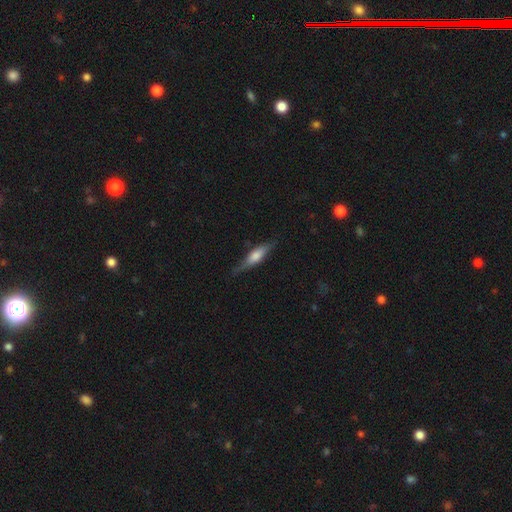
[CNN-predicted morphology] smooth-or-featured: smooth: 48% | featured or disk: 46% | star or artifact: 6%
  merging: none: 74% | minor disturbance: 20% | major disturbance: 5% | merger: 1%